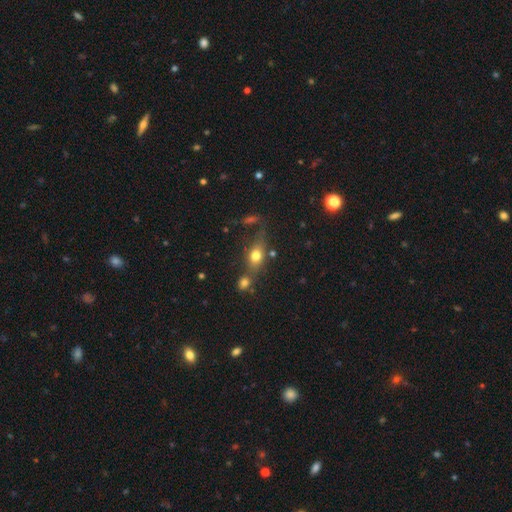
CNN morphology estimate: type=smooth (72%); roundness=in between (68%); merging=none (51%).